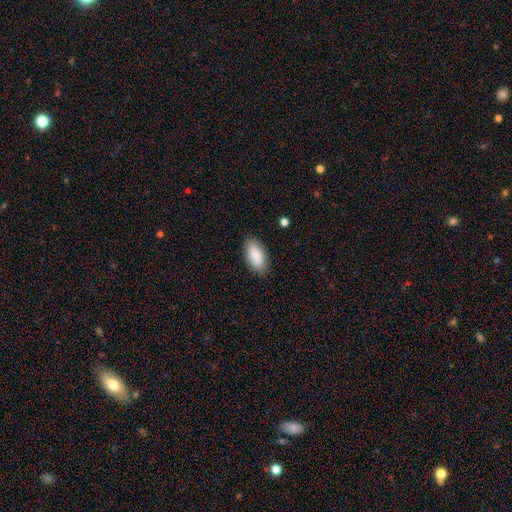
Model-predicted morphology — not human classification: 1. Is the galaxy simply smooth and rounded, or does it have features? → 89% smooth, 6% star or artifact, 5% featured or disk.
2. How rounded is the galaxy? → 93% in between, 5% cigar-shaped, 2% round.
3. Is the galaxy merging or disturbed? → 86% none, 11% minor disturbance, 3% major disturbance, 1% merger.